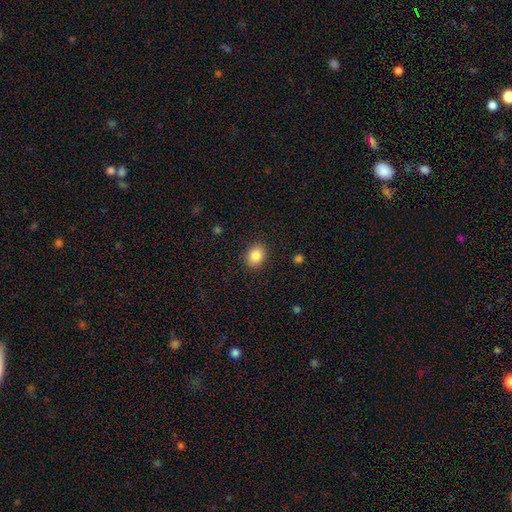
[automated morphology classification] Smooth or featured? smooth (87%)
How rounded? in between (50%)
Merging? none (89%)